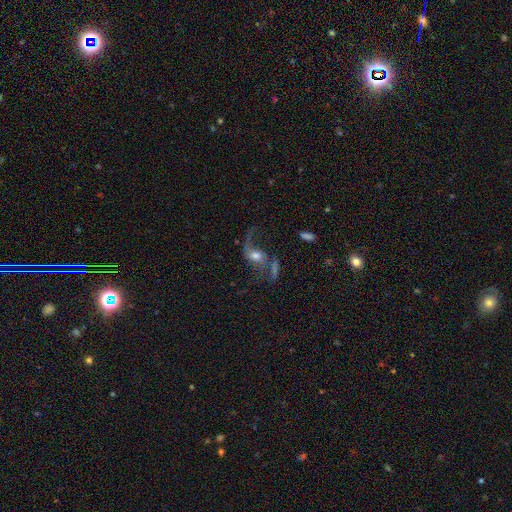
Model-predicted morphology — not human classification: Smooth or featured: featured or disk — 74% (smooth — 17%)
Edge-on disk: no — 95% (yes — 5%)
Bar: no — 57% (weak — 32%)
Spiral arms: yes — 88% (no — 12%)
Spiral winding: loose — 86% (medium — 11%)
Spiral arm count: 2 — 81% (1 — 13%)
Bulge size: moderate — 59% (small — 18%)
Merging: none — 43% (major disturbance — 31%)